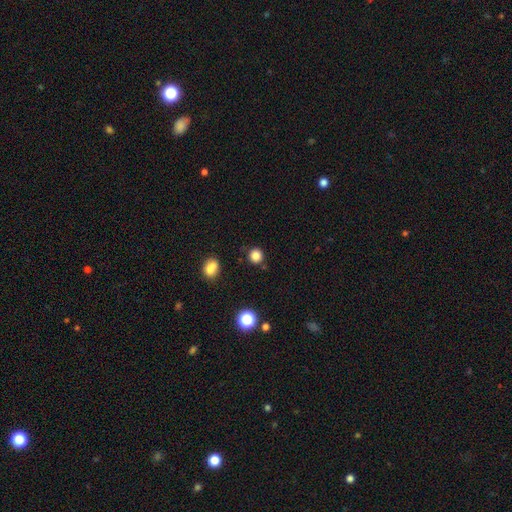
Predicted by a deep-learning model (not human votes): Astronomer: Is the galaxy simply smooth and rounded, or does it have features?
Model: smooth — 83%.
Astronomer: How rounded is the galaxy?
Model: round — 90%.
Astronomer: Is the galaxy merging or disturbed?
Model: none — 83%.